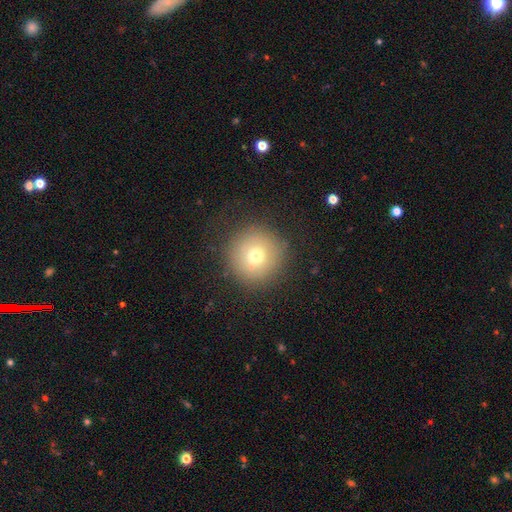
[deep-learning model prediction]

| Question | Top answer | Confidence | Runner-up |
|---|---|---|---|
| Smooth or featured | smooth | 69% | featured or disk (17%) |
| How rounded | round | 96% | in between (3%) |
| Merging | none | 85% | minor disturbance (9%) |